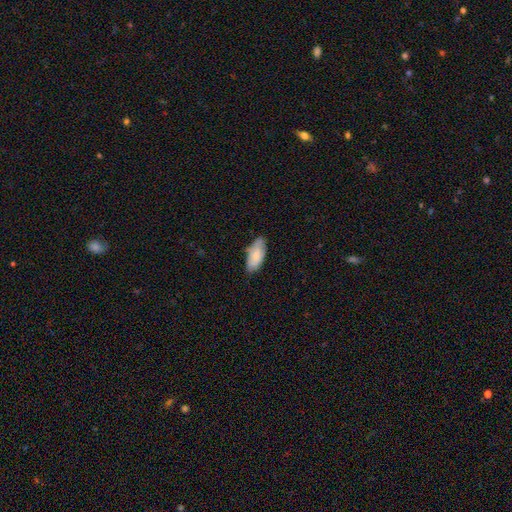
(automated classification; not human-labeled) A smooth galaxy with no disk features (77%) that is in between round and cigar-shaped (89%). Merging: none (69%).